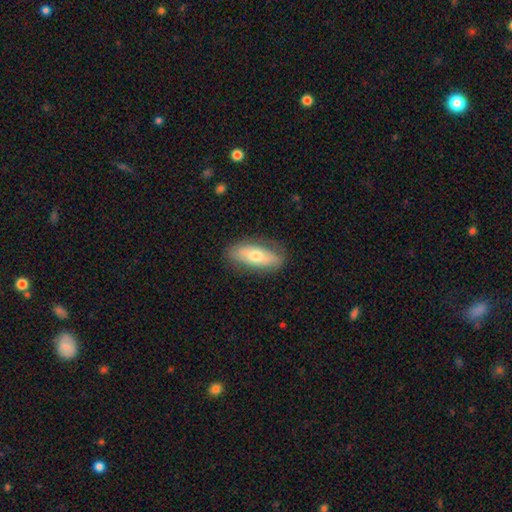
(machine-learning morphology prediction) The model was most divided on "smooth or featured": smooth: 60%, featured or disk: 33%, star or artifact: 6%. More confident: merging — none (82%); how rounded — in between (74%).